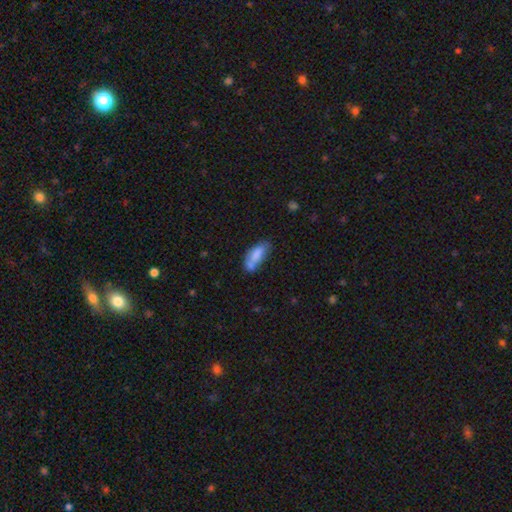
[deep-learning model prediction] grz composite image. It shows a smooth galaxy with no disk features (77%) that is in between round and cigar-shaped (75%). Merging: none (41%).